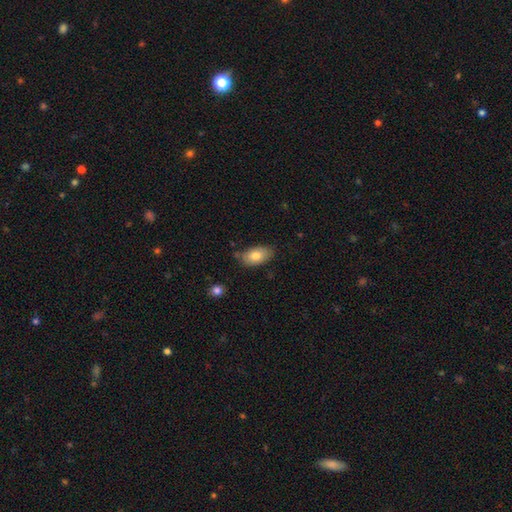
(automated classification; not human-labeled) A smooth galaxy with no disk features (78%) that is in between round and cigar-shaped (93%). Merging: none (73%).